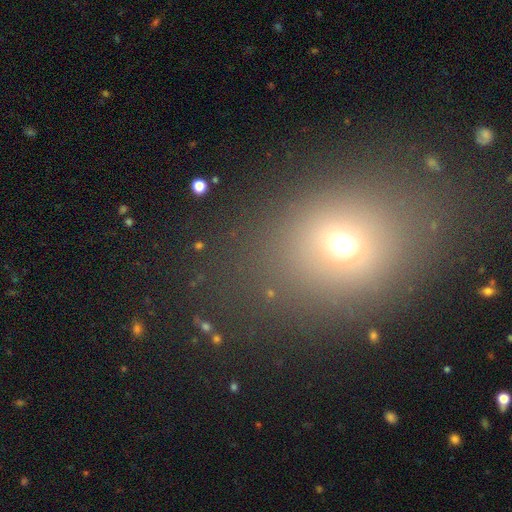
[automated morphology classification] smooth-or-featured: smooth: 58% | star or artifact: 29% | featured or disk: 13%
  how-rounded: round: 51% | in between: 47% | cigar-shaped: 2%
  merging: none: 80% | minor disturbance: 11% | major disturbance: 6% | merger: 3%